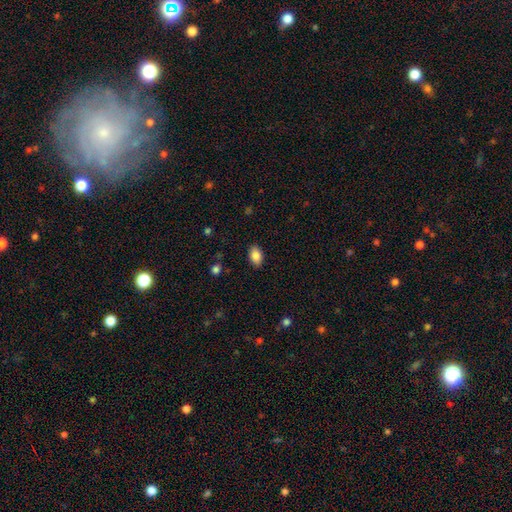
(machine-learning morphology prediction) Smooth or featured?
  - smooth: 86% *
  - star or artifact: 8%
  - featured or disk: 6%
How rounded?
  - in between: 89% *
  - round: 9%
  - cigar-shaped: 1%
Merging?
  - none: 88% *
  - minor disturbance: 9%
  - major disturbance: 2%
  - merger: 1%